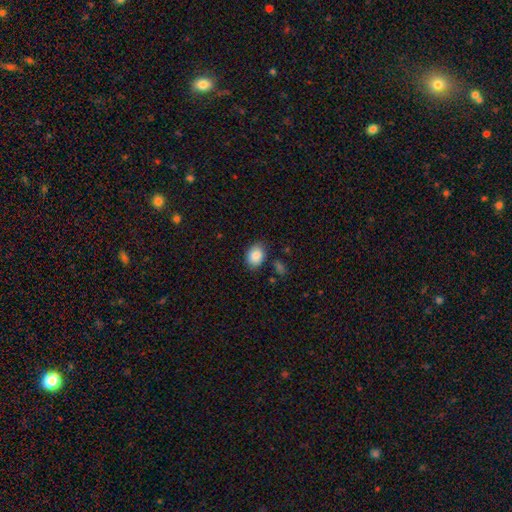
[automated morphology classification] This appears to be a smooth galaxy with no disk features (87%) that is in between round and cigar-shaped (70%). Merging: none (78%).